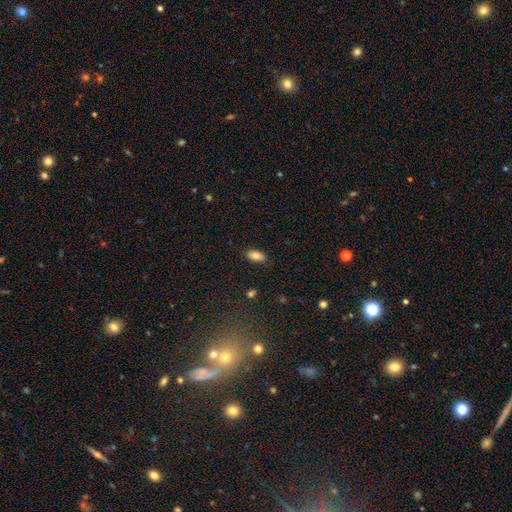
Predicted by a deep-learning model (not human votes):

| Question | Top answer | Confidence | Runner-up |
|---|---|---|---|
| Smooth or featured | smooth | 80% | featured or disk (12%) |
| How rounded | in between | 92% | round (5%) |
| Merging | none | 85% | minor disturbance (11%) |